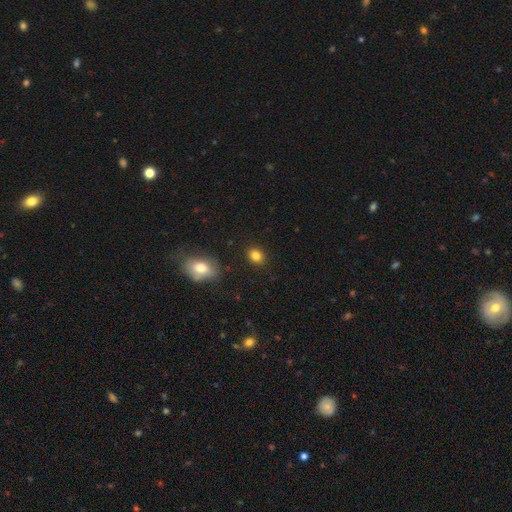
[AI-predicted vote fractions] smooth_or_featured: smooth (p=0.84) [alt: star or artifact p=0.11]
how_rounded: round (p=0.55) [alt: in between p=0.44]
merging: none (p=0.89) [alt: minor disturbance p=0.07]